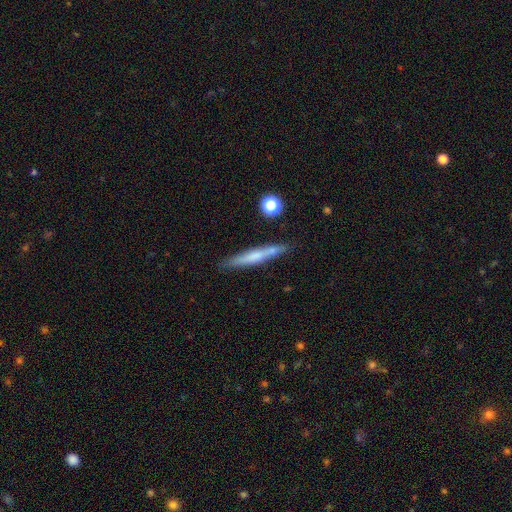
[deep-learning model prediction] smooth-or-featured: featured or disk: 49% | smooth: 41% | star or artifact: 10%
  merging: none: 84% | minor disturbance: 10% | merger: 3% | major disturbance: 3%